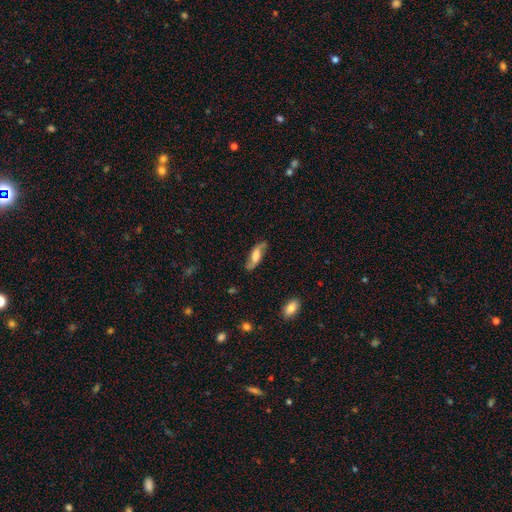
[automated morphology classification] Smooth or featured: featured or disk — 65% (smooth — 28%)
Edge-on disk: no — 81% (yes — 19%)
Bar: no — 44% (weak — 38%)
Spiral arms: yes — 91% (no — 9%)
Bulge size: large — 36% (moderate — 29%)
Merging: none — 78% (minor disturbance — 16%)